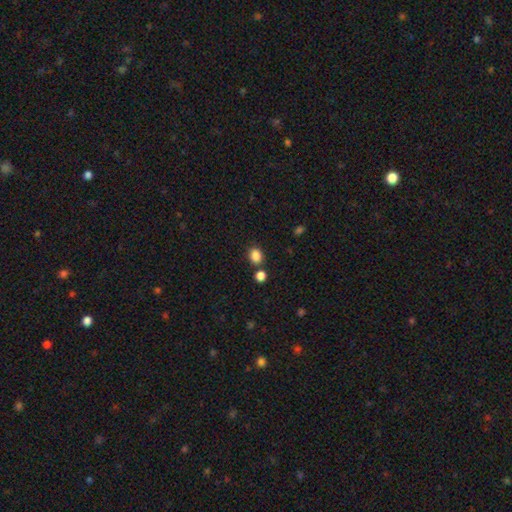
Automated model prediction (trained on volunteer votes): Smooth or featured? Predicted: smooth (p=0.85). How rounded? Predicted: round (p=0.51). Merging? Predicted: none (p=0.74).